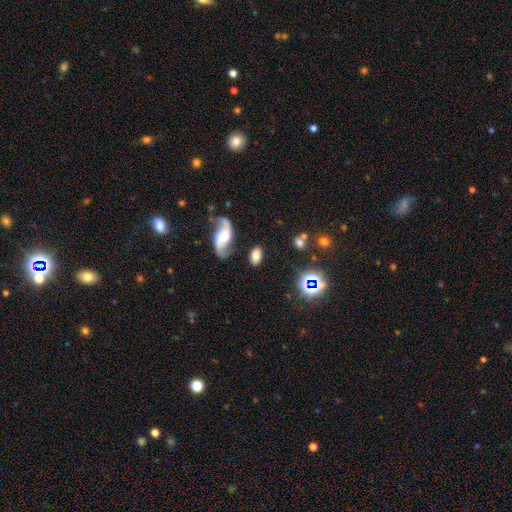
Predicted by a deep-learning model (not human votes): Smooth or featured? Predicted: smooth (p=0.60). How rounded? Predicted: in between (p=0.88). Merging? Predicted: none (p=0.74).